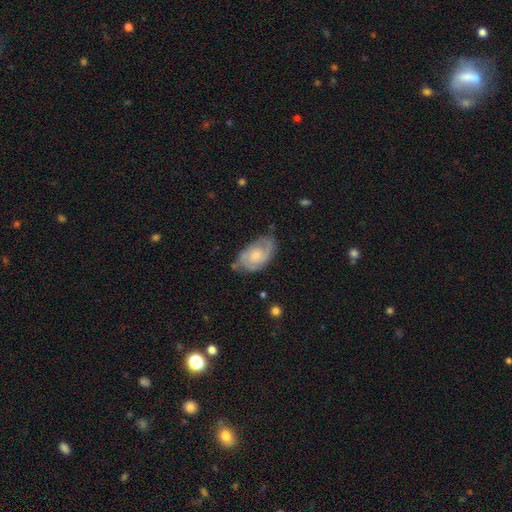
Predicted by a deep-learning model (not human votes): The model was most divided on "bulge size": small: 46%, moderate: 41%, none: 6%, large: 5%, dominant: 1%. Remaining: edge-on disk — no (95%); spiral arms — yes (89%); bar — no (72%); smooth or featured — featured or disk (67%); merging — none (67%); spiral arm count — 2 (62%); spiral winding — tight (48%).